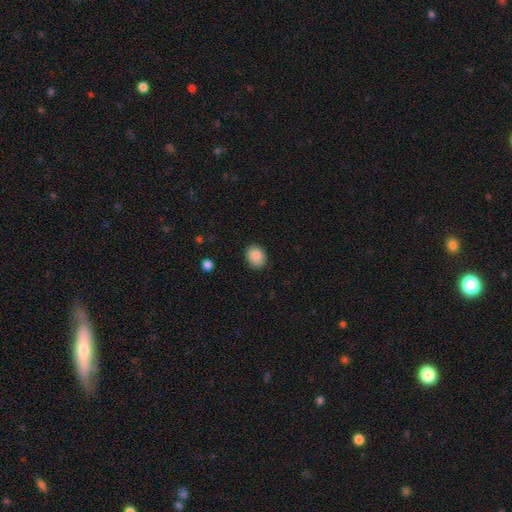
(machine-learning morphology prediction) The model was most divided on "how rounded": in between: 53%, round: 46%, cigar-shaped: 1%. More confident: smooth or featured — smooth (88%); merging — none (87%).